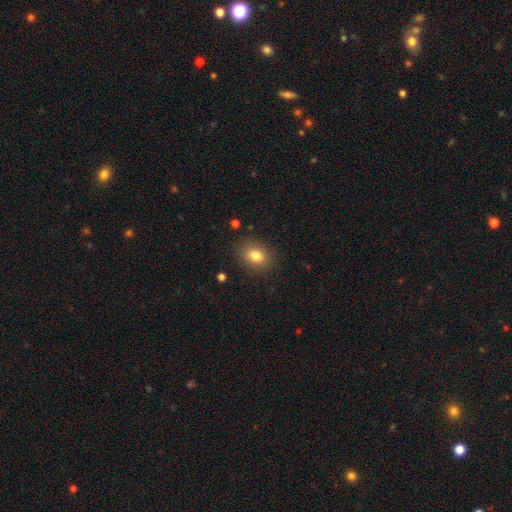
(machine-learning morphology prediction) Q: Smooth or featured?
A: smooth (82%); runner-up: star or artifact (10%)
Q: How rounded?
A: in between (58%); runner-up: round (41%)
Q: Merging?
A: none (86%); runner-up: minor disturbance (10%)